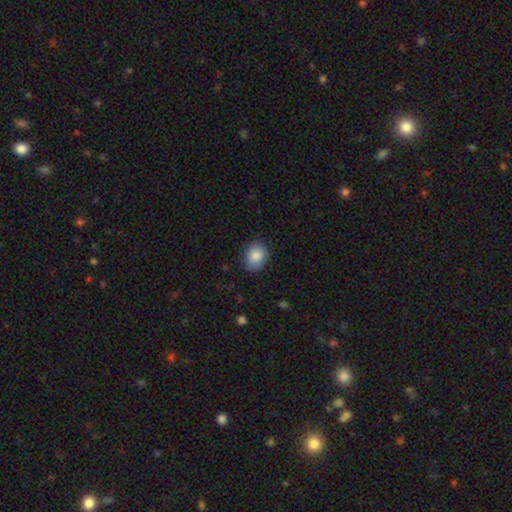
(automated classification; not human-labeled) A smooth galaxy with no disk features (87%) that is in between round and cigar-shaped (66%).

Vote fractions:
- Smooth or featured? smooth: 87% / star or artifact: 7% / featured or disk: 6%
- How rounded? in between: 66% / round: 33% / cigar-shaped: 1%
- Merging? none: 84% / minor disturbance: 13% / major disturbance: 3% / merger: 1%